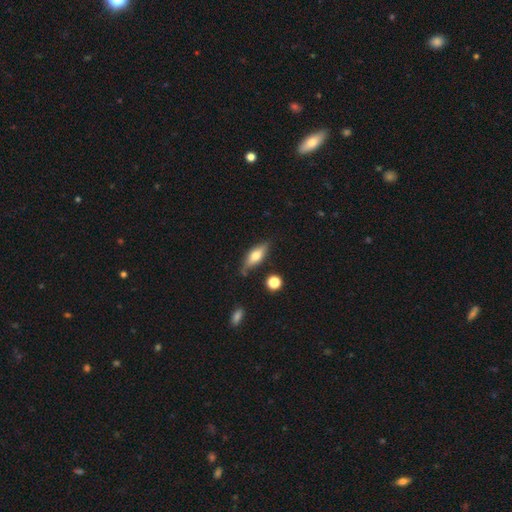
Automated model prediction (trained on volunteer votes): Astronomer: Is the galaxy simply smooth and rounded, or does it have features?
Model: smooth — 54% (runner-up: featured or disk, 38%).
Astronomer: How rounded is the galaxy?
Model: in between — 65%.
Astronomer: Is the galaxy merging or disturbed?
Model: none — 71%.